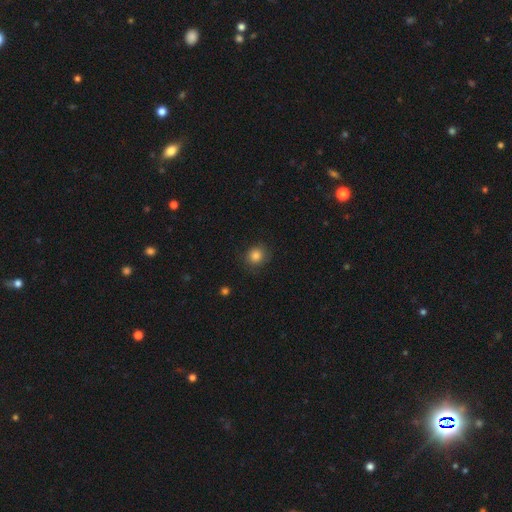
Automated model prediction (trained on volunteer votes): A smooth galaxy with no disk features (83%) that is round (84%). Merging: none (81%).